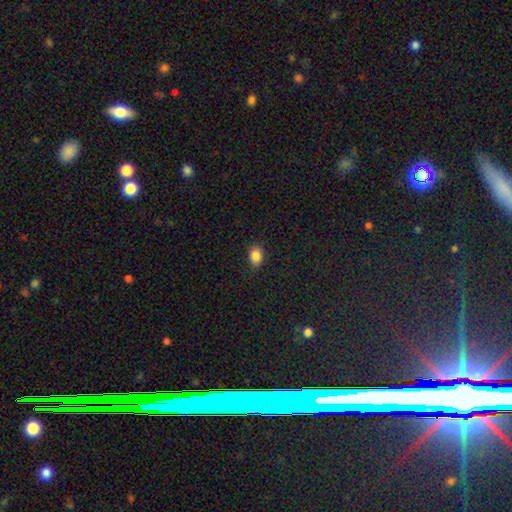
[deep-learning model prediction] Morphology: type=smooth (86%); roundness=in between (71%); merging=none (86%).